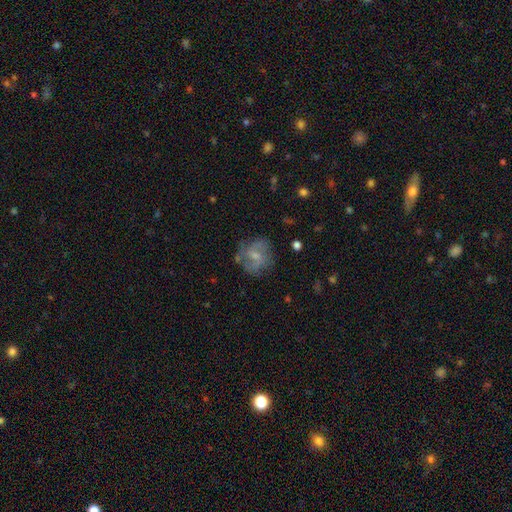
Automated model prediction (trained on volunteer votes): smooth-or-featured: featured or disk: 51% | smooth: 40% | star or artifact: 8%
  disk-edge-on: no: 97% | yes: 3%
  merging: none: 62% | minor disturbance: 22% | major disturbance: 13% | merger: 3%